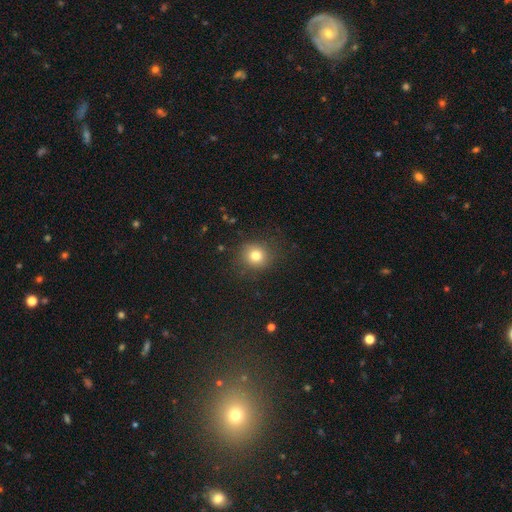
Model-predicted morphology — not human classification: smooth 79%, star or artifact 14%, featured or disk 8%. Down the decision tree: how rounded — round (86%); merging — none (85%).